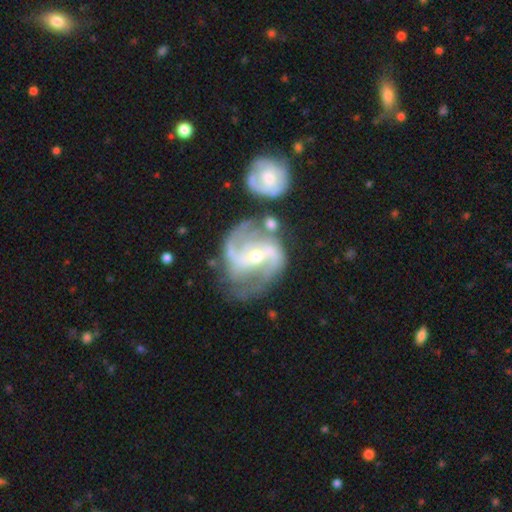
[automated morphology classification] smooth-or-featured: featured or disk: 90% | star or artifact: 5% | smooth: 5%
  disk-edge-on: no: 98% | yes: 2%
    bar: strong: 38% | weak: 37% | no: 25%
    has-spiral-arms: yes: 97% | no: 3%
      spiral-winding: medium: 54% | loose: 27% | tight: 19%
      spiral-arm-count: 2: 83% | 3: 7% | can't tell: 4% | 1: 2% | 4: 2% | more than 4: 2%
    bulge-size: small: 53% | moderate: 44% | large: 1% | none: 1% | dominant: 1%
  merging: none: 52% | minor disturbance: 19% | merger: 18% | major disturbance: 11%